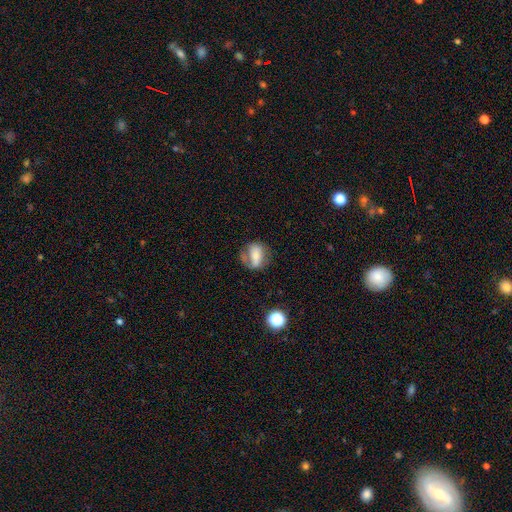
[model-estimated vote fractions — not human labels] Smooth or featured? Predicted: smooth (p=0.52). How rounded? Predicted: in between (p=0.61). Merging? Predicted: none (p=0.47).